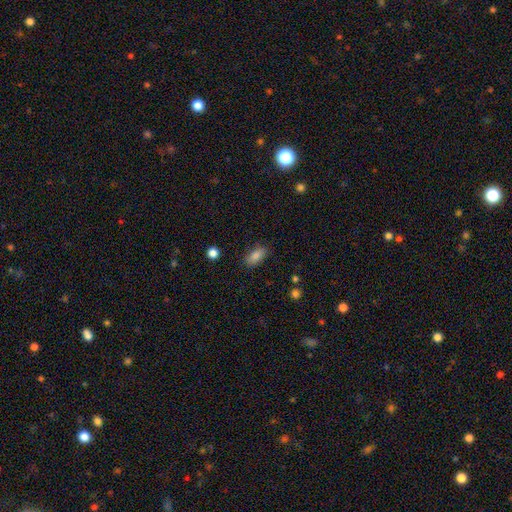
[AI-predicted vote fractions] A smooth galaxy with no disk features (84%) that is in between round and cigar-shaped (88%).

Vote fractions:
- Smooth or featured? smooth: 84% / star or artifact: 8% / featured or disk: 7%
- How rounded? in between: 88% / cigar-shaped: 7% / round: 4%
- Merging? none: 83% / minor disturbance: 12% / major disturbance: 3% / merger: 2%